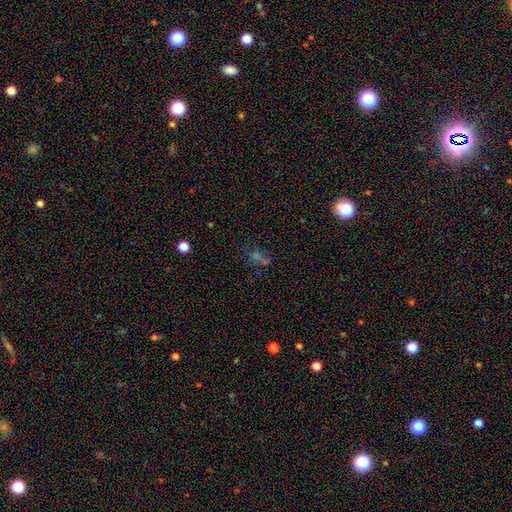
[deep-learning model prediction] Smooth or featured? star or artifact (43%)